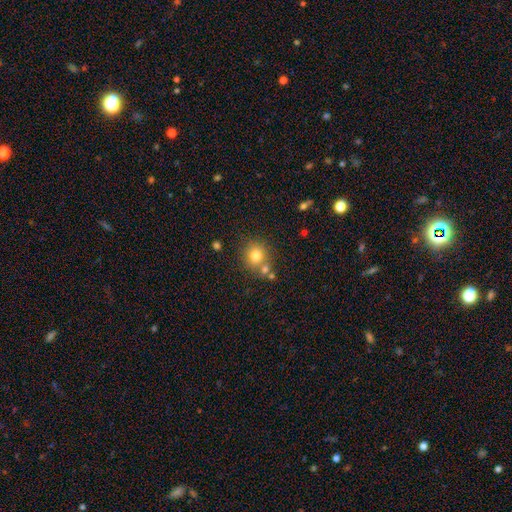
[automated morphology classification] This appears to be a smooth galaxy with no disk features (78%) that is round (86%). Merging: none (68%).